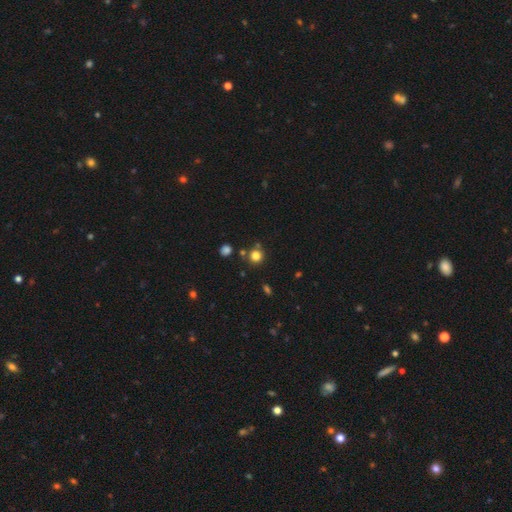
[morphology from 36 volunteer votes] Smooth or featured? 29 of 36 (81%) said smooth. How rounded? 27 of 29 (93%) said round. Merging? 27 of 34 (79%) said none.